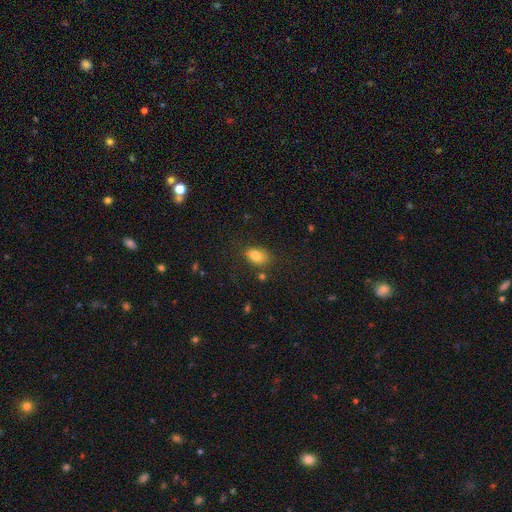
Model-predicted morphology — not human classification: The model was most divided on "merging": none: 69%, minor disturbance: 21%, major disturbance: 6%, merger: 4%. More confident: how rounded — in between (83%); smooth or featured — smooth (81%).